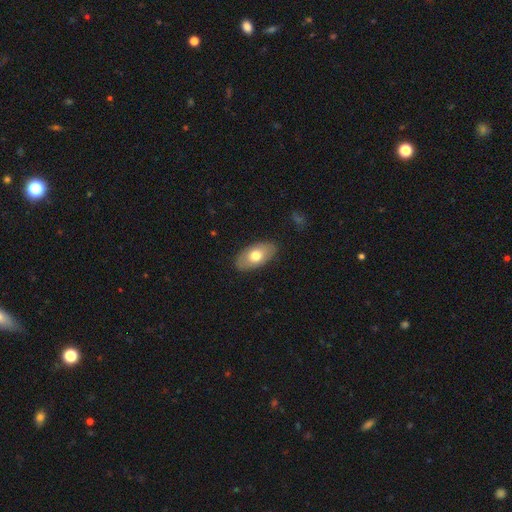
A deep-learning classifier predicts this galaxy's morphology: Smooth or featured: smooth — 68% (featured or disk — 26%)
How rounded: in between — 93% (round — 4%)
Merging: none — 85% (minor disturbance — 11%)